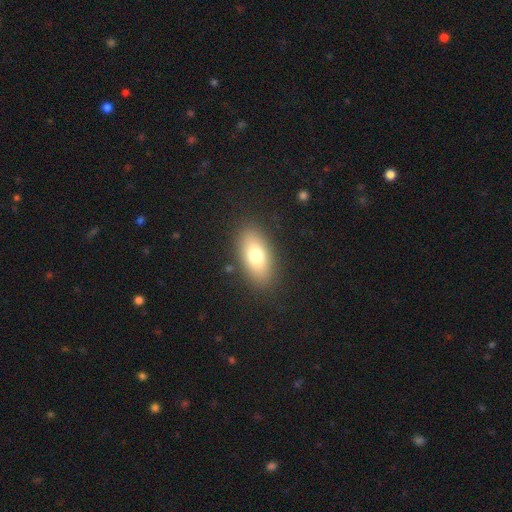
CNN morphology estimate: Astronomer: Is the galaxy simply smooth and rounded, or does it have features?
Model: smooth — 74%.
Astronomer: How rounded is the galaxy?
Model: in between — 88%.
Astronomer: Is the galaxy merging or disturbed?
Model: none — 85%.